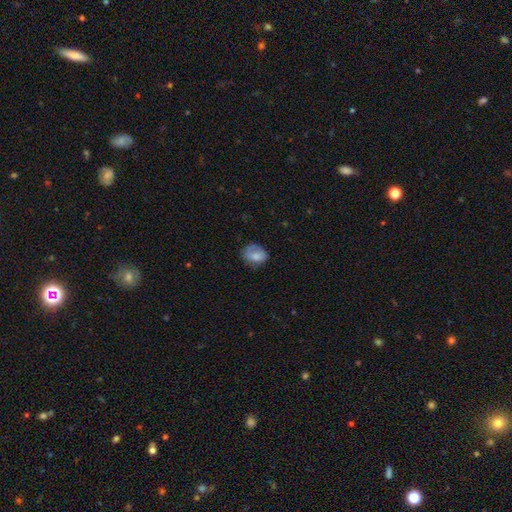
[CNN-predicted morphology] smooth 73%, featured or disk 19%, star or artifact 9%. Down the decision tree: how rounded — in between (58%); merging — none (47%).